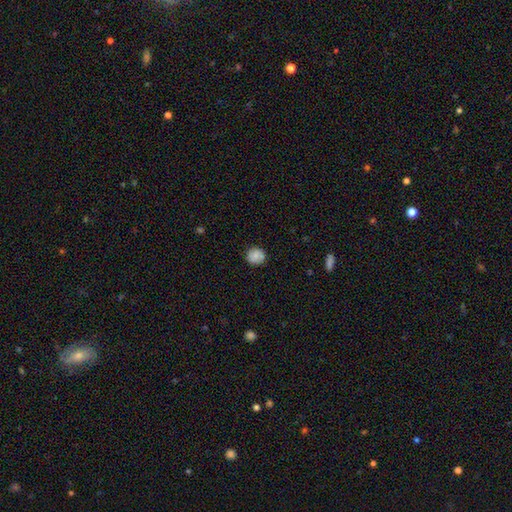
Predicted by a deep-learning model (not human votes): smooth_or_featured: smooth (p=0.84) [alt: star or artifact p=0.09]
how_rounded: round (p=0.85) [alt: in between p=0.14]
merging: none (p=0.84) [alt: minor disturbance p=0.13]